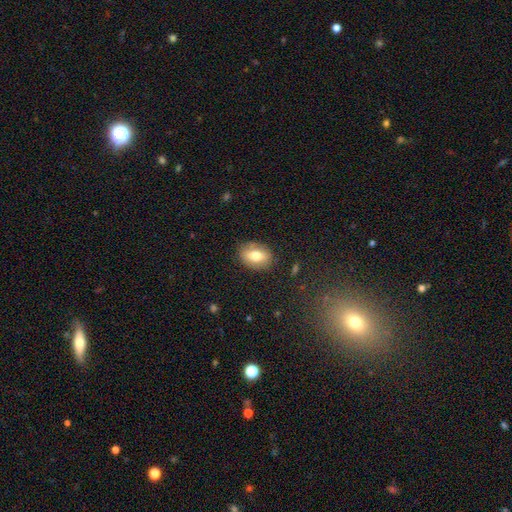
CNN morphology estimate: Overall: smooth (71%). How rounded: in between (77%). Merging: none (84%).